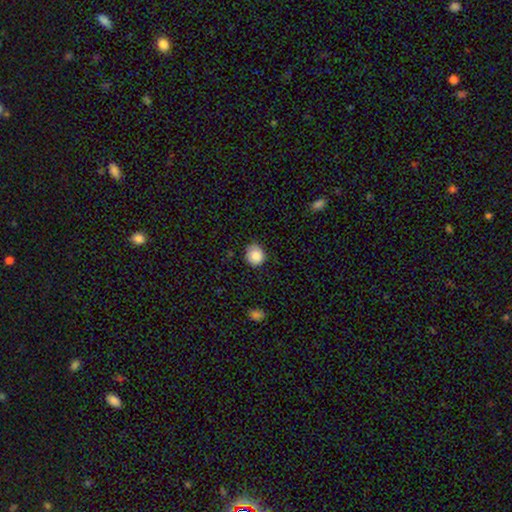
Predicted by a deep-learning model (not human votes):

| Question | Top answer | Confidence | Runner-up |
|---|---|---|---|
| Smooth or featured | smooth | 86% | star or artifact (9%) |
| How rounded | round | 80% | in between (19%) |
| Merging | none | 76% | minor disturbance (19%) |